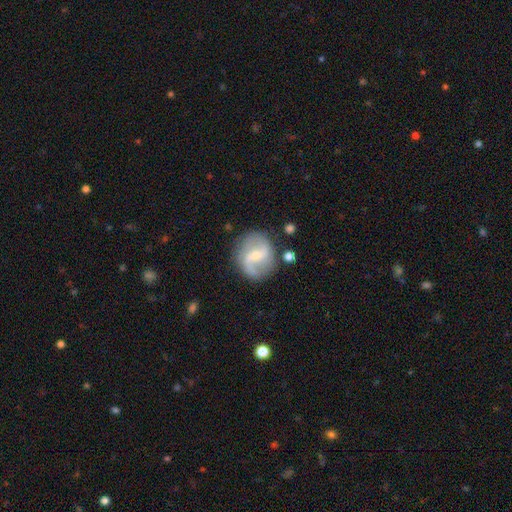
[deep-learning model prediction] Overall: featured or disk (79%). Edge-on disk: no (98%). Bar: weak (51%; no 26%). Spiral arms: yes (93%). Spiral arm count: 2 (89%). Spiral winding: loose (52%; medium 38%). Bulge size: small (60%; moderate 30%). Merging: none (77%).